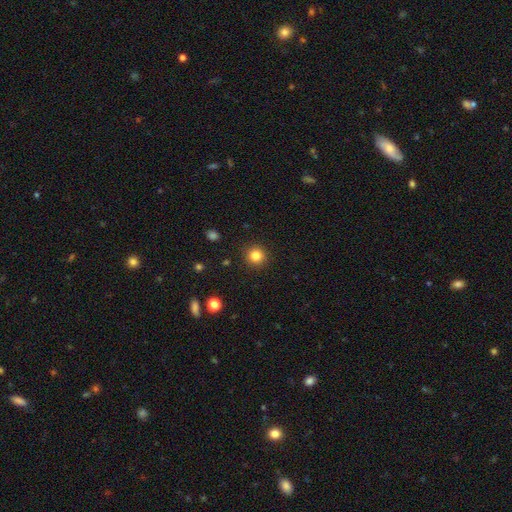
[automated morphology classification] Smooth or featured?
  - smooth: 83% *
  - star or artifact: 12%
  - featured or disk: 5%
How rounded?
  - round: 94% *
  - in between: 5%
  - cigar-shaped: 1%
Merging?
  - none: 92% *
  - minor disturbance: 5%
  - major disturbance: 2%
  - merger: 1%